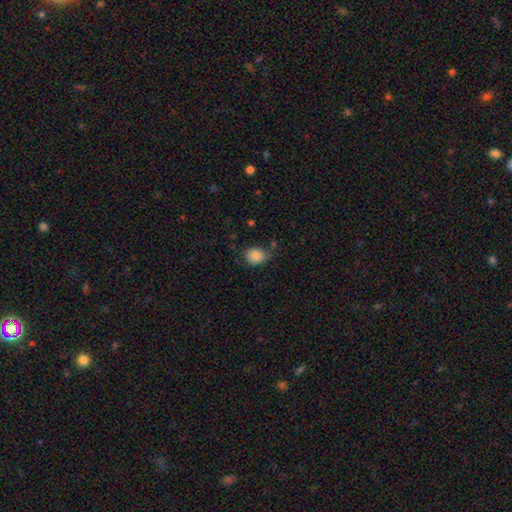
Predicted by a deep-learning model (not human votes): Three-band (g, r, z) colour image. It shows a smooth galaxy with no disk features (84%) that is round (61%). Merging: none (61%).